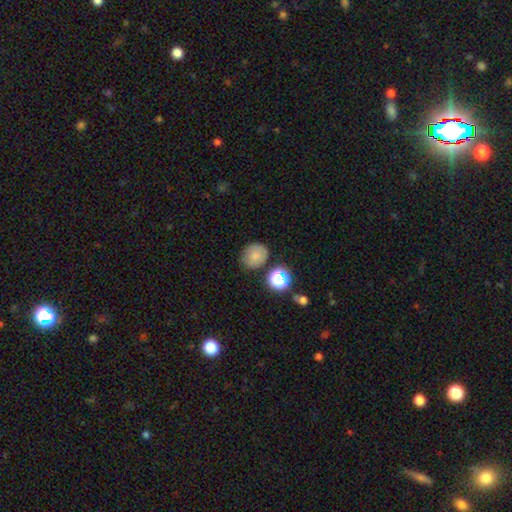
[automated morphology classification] Smooth or featured? smooth (74%)
How rounded? round (69%)
Merging? none (73%)